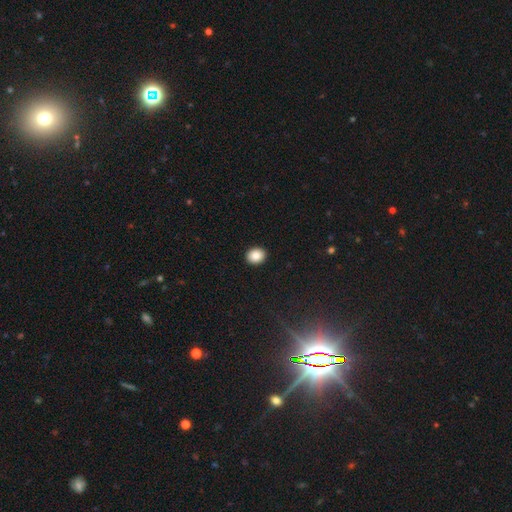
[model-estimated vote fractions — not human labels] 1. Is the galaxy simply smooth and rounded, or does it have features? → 86% smooth, 9% star or artifact, 5% featured or disk.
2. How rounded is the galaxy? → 62% round, 37% in between, 1% cigar-shaped.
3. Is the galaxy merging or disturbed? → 92% none, 5% minor disturbance, 2% major disturbance, 1% merger.